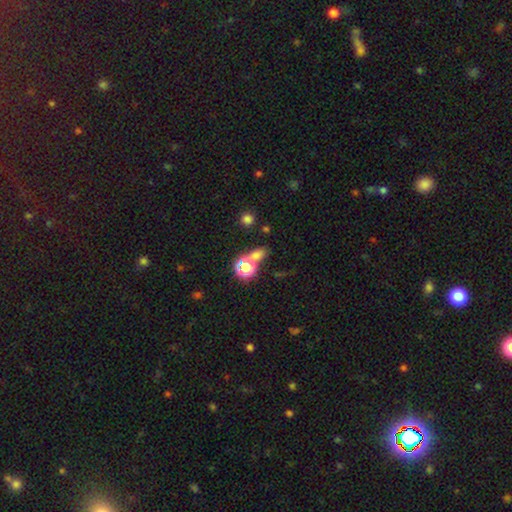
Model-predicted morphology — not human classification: The model was most divided on "how rounded": round: 51%, in between: 46%, cigar-shaped: 4%. More confident: smooth or featured — smooth (60%); merging — none (57%).